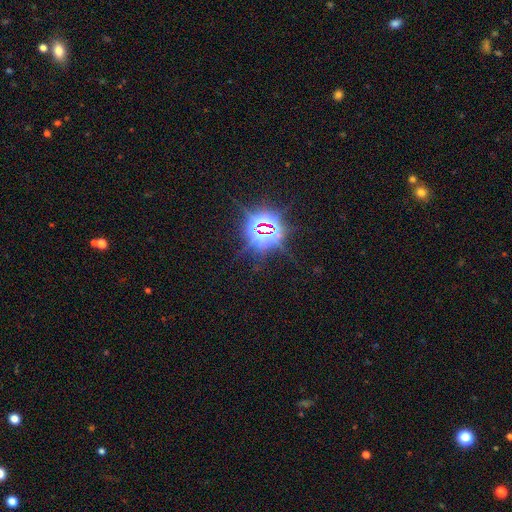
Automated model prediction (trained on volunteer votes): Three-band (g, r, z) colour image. It shows a star or artifact, not a galaxy (82%).